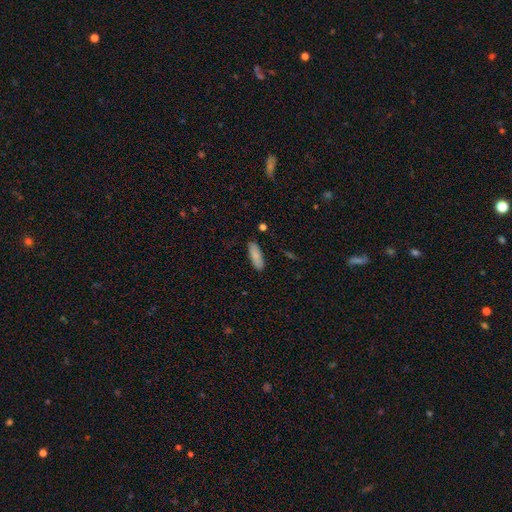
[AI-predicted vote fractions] This appears to be a smooth galaxy with no disk features (86%) that is in between round and cigar-shaped (63%). Merging: none (86%).